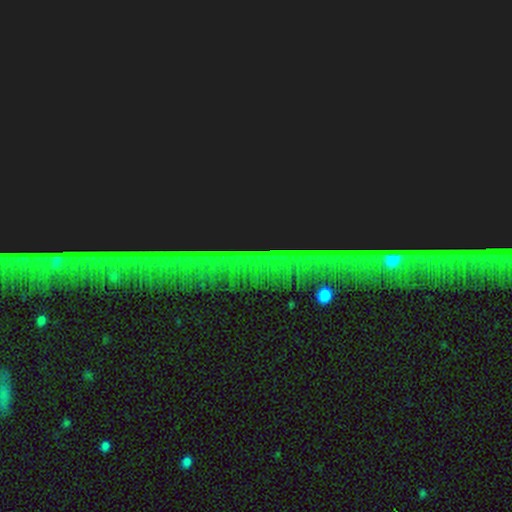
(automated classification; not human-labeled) A star or artifact, not a galaxy (83%).

Vote fractions:
- Smooth or featured? star or artifact: 83% / featured or disk: 9% / smooth: 8%